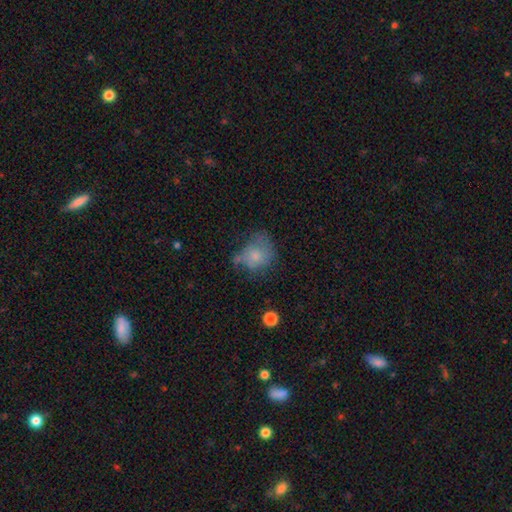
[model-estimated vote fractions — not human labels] Smooth or featured? Predicted: smooth (p=0.65). How rounded? Predicted: round (p=0.59). Merging? Predicted: none (p=0.36).